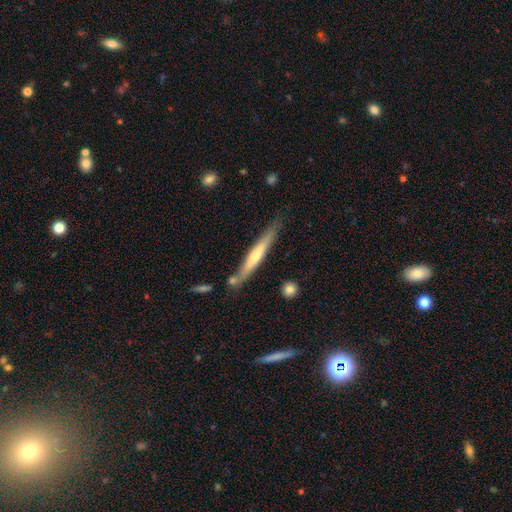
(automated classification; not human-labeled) Q: Smooth or featured?
A: featured or disk (55%); runner-up: smooth (39%)
Q: Edge-on disk?
A: yes (93%); runner-up: no (7%)
Q: Edge-on bulge?
A: rounded (60%); runner-up: none (34%)
Q: Merging?
A: none (76%); runner-up: minor disturbance (15%)